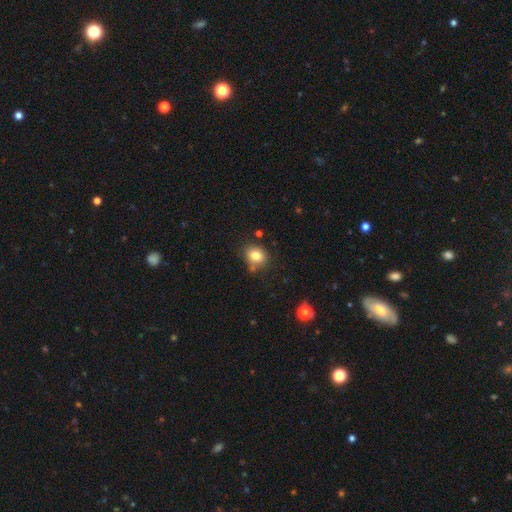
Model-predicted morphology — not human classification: smooth 81%, star or artifact 11%, featured or disk 8%. Down the decision tree: how rounded — round (66%); merging — none (77%).